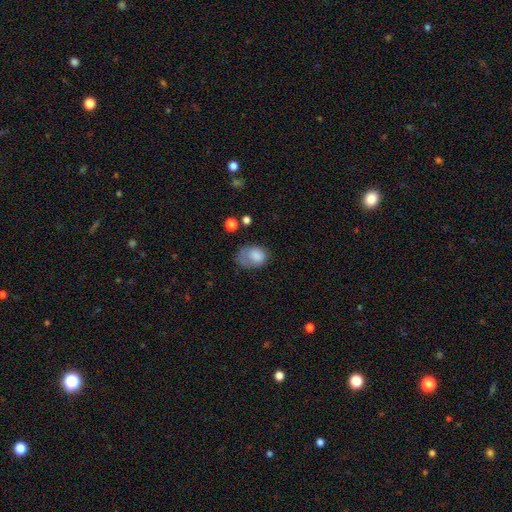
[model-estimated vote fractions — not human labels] This is likely a smooth galaxy (80%). How rounded: likely in between (65%). Merging: marginally none (36%).